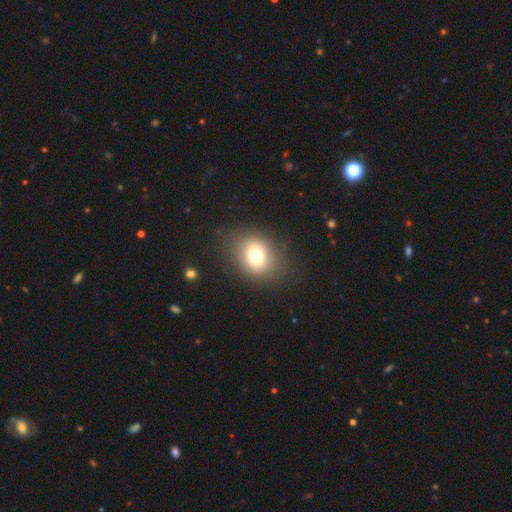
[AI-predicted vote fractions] A smooth galaxy with no disk features (73%) that is round (52%). Merging: none (83%).